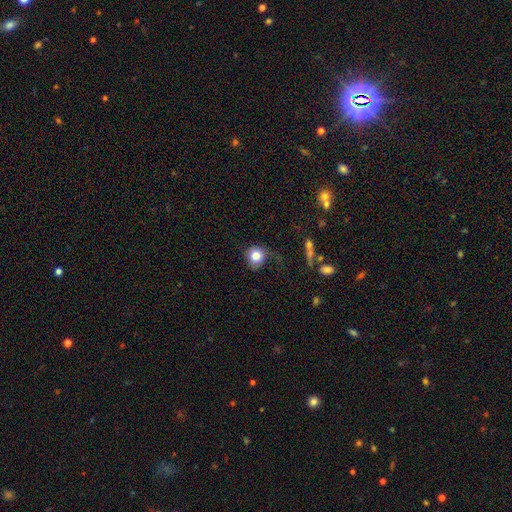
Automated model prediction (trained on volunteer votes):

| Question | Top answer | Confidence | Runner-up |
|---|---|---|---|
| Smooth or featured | smooth | 80% | featured or disk (11%) |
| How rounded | round | 83% | in between (16%) |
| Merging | none | 48% | minor disturbance (25%) |